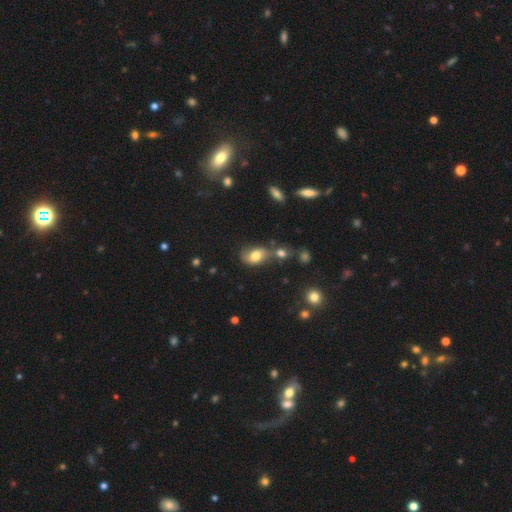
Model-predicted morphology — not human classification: This appears to be a smooth galaxy with no disk features (72%) that is in between round and cigar-shaped (82%). Merging: none (42%).